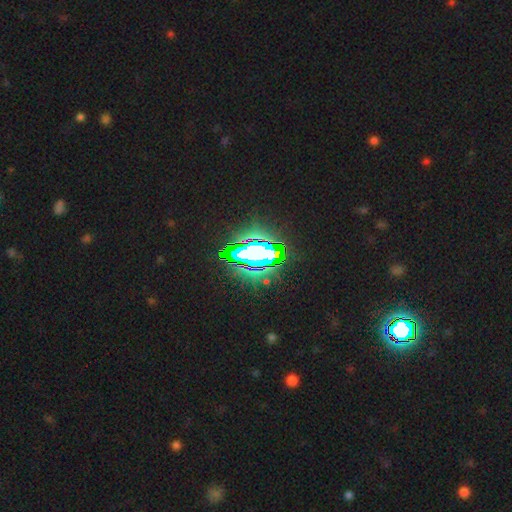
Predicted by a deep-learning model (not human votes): Morphology: type=star or artifact (65%).